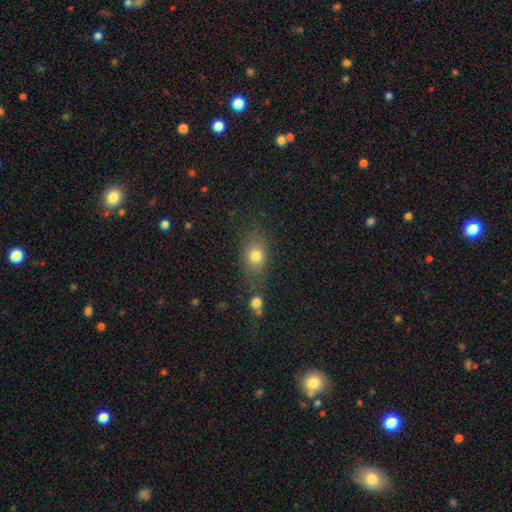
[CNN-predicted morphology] Smooth or featured? Predicted: smooth (p=0.76). How rounded? Predicted: in between (p=0.61). Merging? Predicted: none (p=0.63).